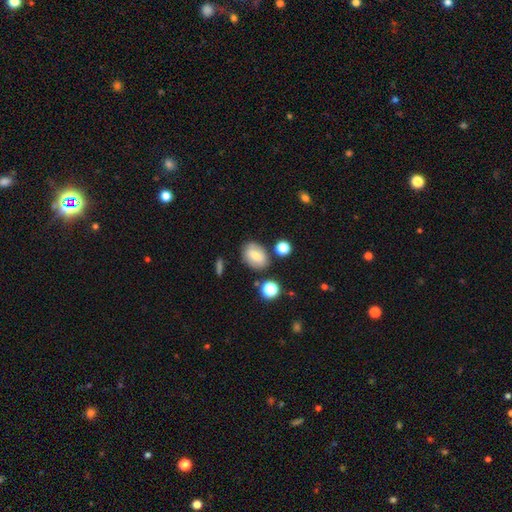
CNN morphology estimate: Smooth or featured? Predicted: smooth (p=0.65). How rounded? Predicted: in between (p=0.70). Merging? Predicted: none (p=0.76).